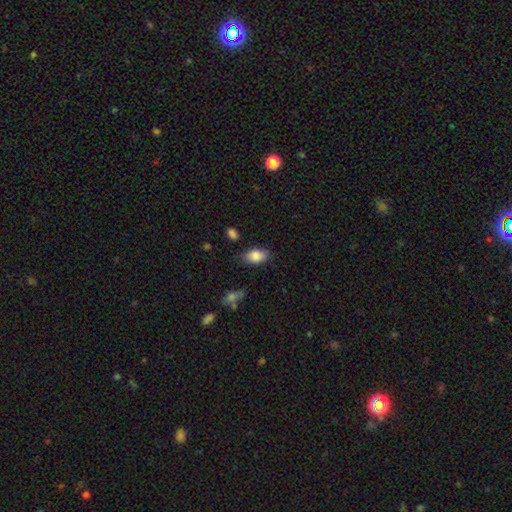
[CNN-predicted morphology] smooth-or-featured: smooth: 85% | featured or disk: 8% | star or artifact: 7%
  how-rounded: in between: 92% | round: 6% | cigar-shaped: 3%
  merging: none: 79% | minor disturbance: 15% | major disturbance: 3% | merger: 2%